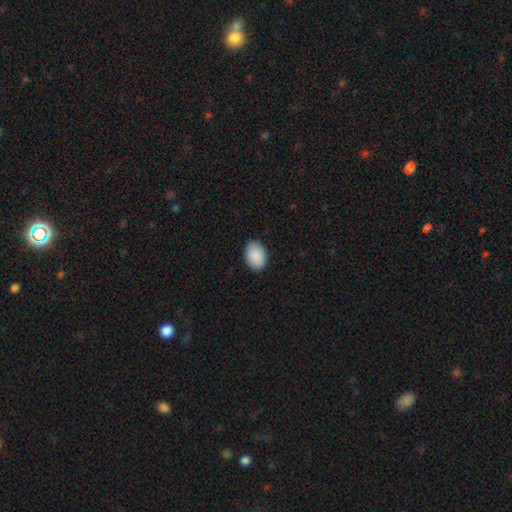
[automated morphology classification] Smooth or featured: smooth — 91% (star or artifact — 6%)
How rounded: in between — 86% (round — 13%)
Merging: none — 88% (minor disturbance — 9%)